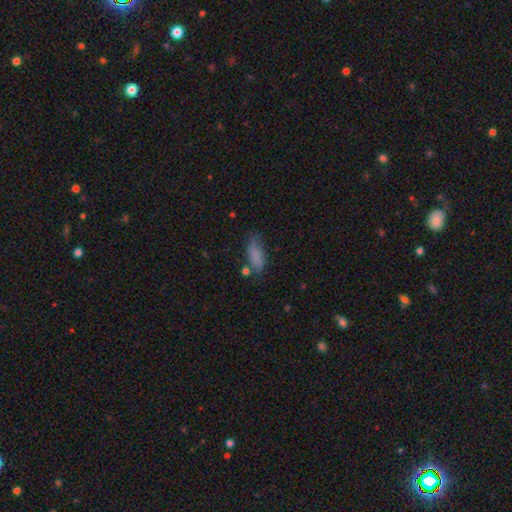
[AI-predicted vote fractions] Smooth or featured: smooth — 79% (featured or disk — 12%)
How rounded: in between — 72% (cigar-shaped — 25%)
Merging: none — 55% (minor disturbance — 27%)